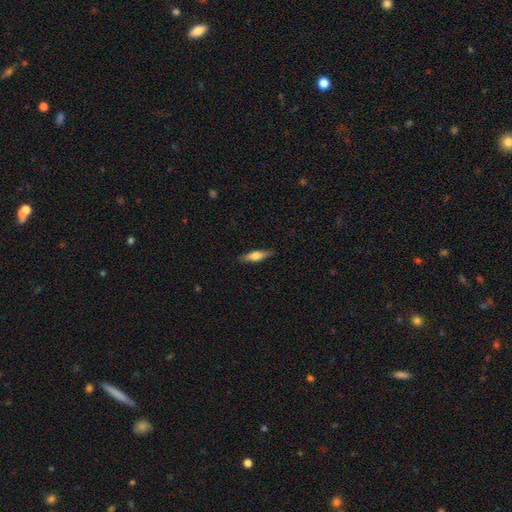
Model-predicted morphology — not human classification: smooth-or-featured: smooth: 48% | featured or disk: 46% | star or artifact: 6%
  merging: none: 88% | minor disturbance: 9% | major disturbance: 2% | merger: 1%